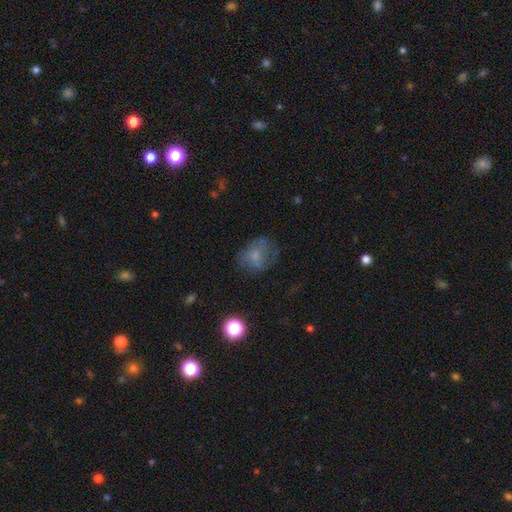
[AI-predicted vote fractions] A smooth galaxy with no disk features (59%) that is in between round and cigar-shaped (50%).

Vote fractions:
- Smooth or featured? smooth: 59% / featured or disk: 28% / star or artifact: 13%
- How rounded? in between: 50% / round: 49% / cigar-shaped: 1%
- Merging? none: 54% / minor disturbance: 25% / major disturbance: 19% / merger: 2%